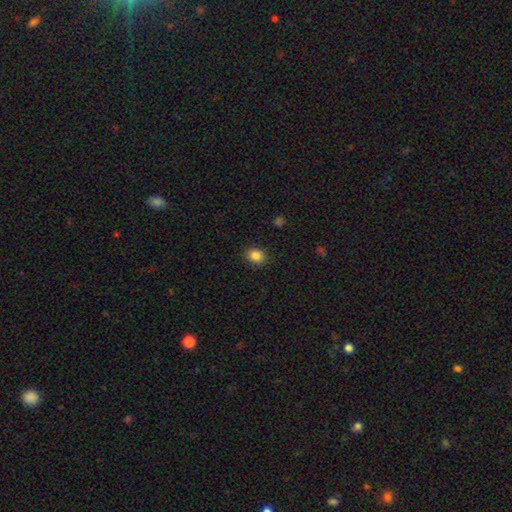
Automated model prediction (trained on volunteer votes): A smooth galaxy with no disk features (86%) that is round (59%). Merging: none (88%).